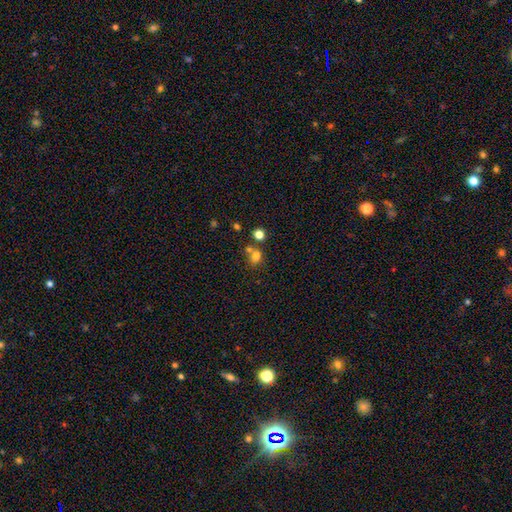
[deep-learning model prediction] A smooth galaxy with no disk features (74%) that is round (65%).

Vote fractions:
- Smooth or featured? smooth: 74% / star or artifact: 16% / featured or disk: 10%
- How rounded? round: 65% / in between: 34% / cigar-shaped: 1%
- Merging? none: 49% / merger: 35% / minor disturbance: 11% / major disturbance: 5%